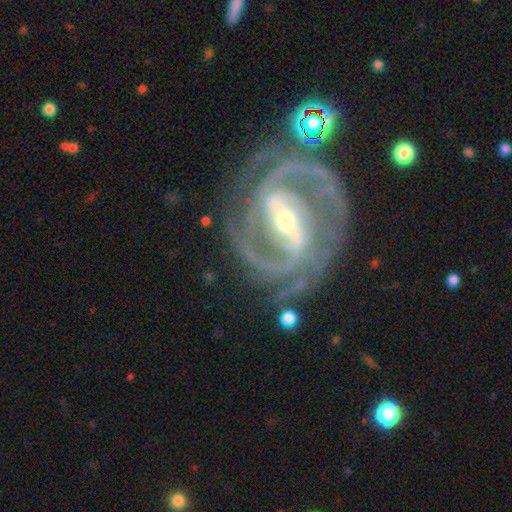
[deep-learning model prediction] featured or disk 92%, star or artifact 5%, smooth 3%. Down the decision tree: edge-on disk — no (97%); bar — strong (68%); spiral arms — yes (98%); spiral arm count — 2 (66%); spiral winding — tight (49%); bulge size — small (59%); merging — none (73%).